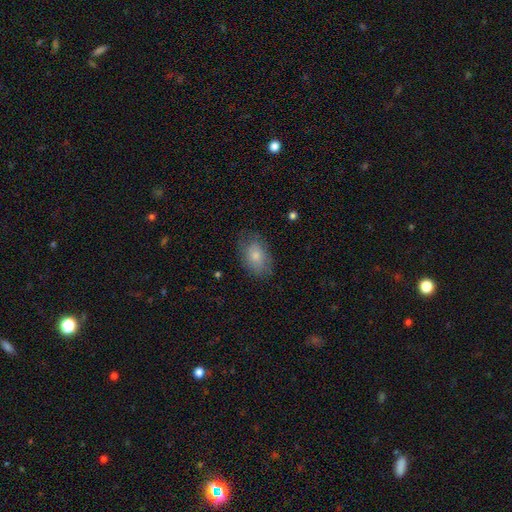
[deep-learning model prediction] Smooth or featured? smooth (77%)
How rounded? in between (87%)
Merging? none (71%)